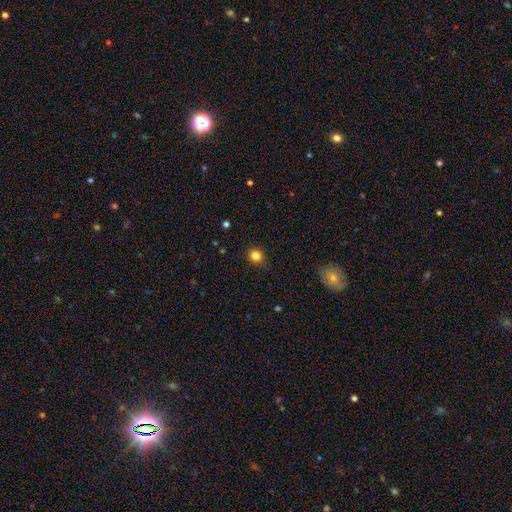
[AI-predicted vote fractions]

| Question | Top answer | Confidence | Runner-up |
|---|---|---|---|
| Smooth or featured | smooth | 83% | star or artifact (12%) |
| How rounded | round | 85% | in between (14%) |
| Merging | none | 89% | minor disturbance (8%) |